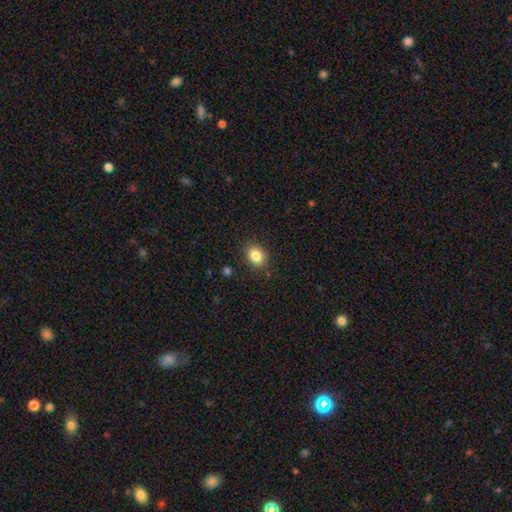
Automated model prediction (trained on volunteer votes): This is clearly a smooth galaxy (84%). How rounded: possibly in between (51%). Merging: clearly none (87%).